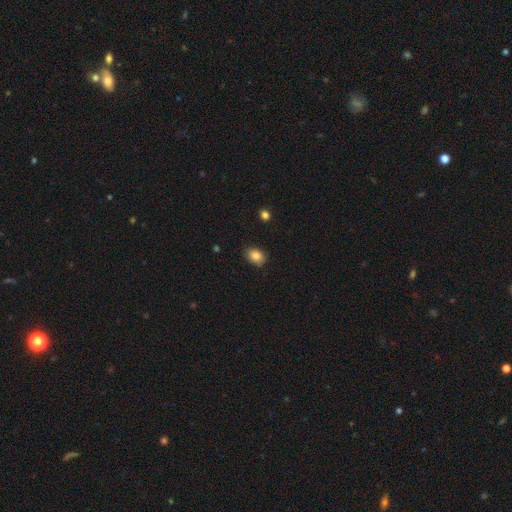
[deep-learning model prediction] smooth 86%, star or artifact 9%, featured or disk 5%. Down the decision tree: how rounded — in between (75%); merging — none (87%).